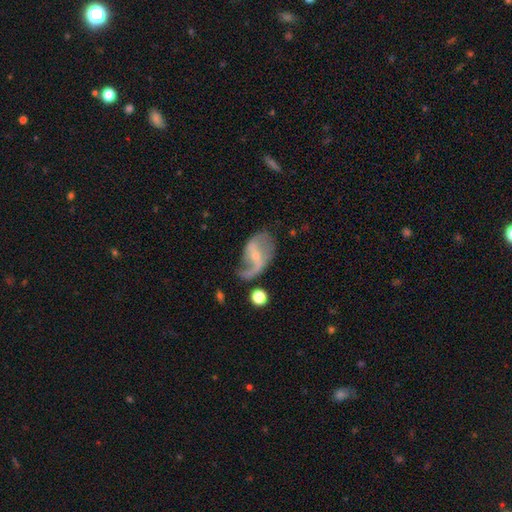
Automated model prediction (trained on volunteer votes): Overall: featured or disk (79%). Edge-on disk: no (97%). Bar: weak (43%; no 32%). Spiral arms: yes (87%). Spiral arm count: 2 (69%). Spiral winding: loose (68%). Bulge size: small (66%). Merging: none (43%; minor disturbance 27%).